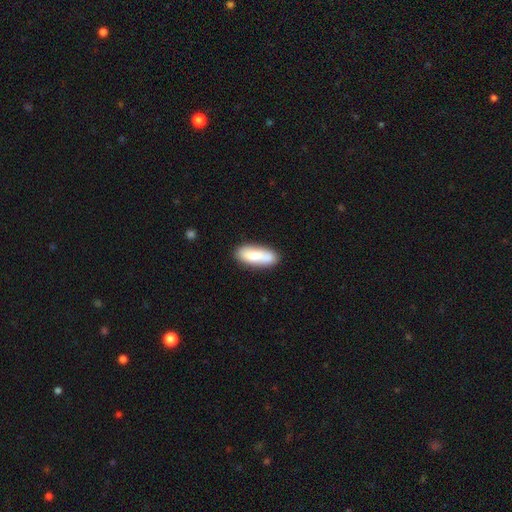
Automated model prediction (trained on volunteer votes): Overall: smooth (78%). How rounded: in between (65%; cigar-shaped 33%). Merging: none (77%).